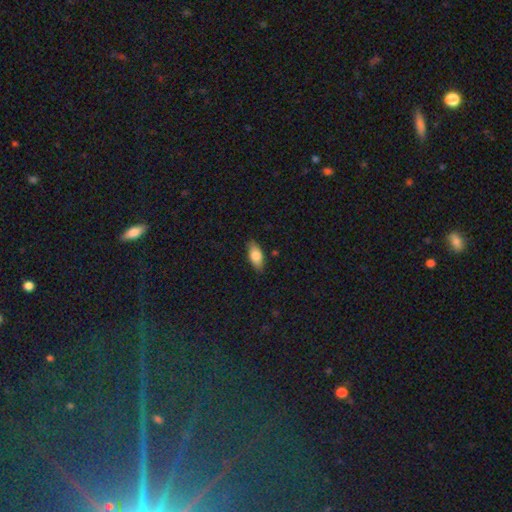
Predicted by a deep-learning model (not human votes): Overall: smooth (79%). How rounded: in between (86%). Merging: none (84%).